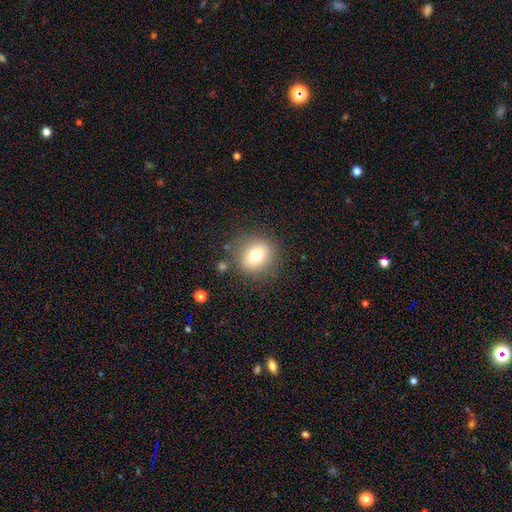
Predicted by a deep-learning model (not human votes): The model was most divided on "smooth or featured": smooth: 73%, featured or disk: 15%, star or artifact: 11%. More confident: merging — none (83%); how rounded — round (80%).